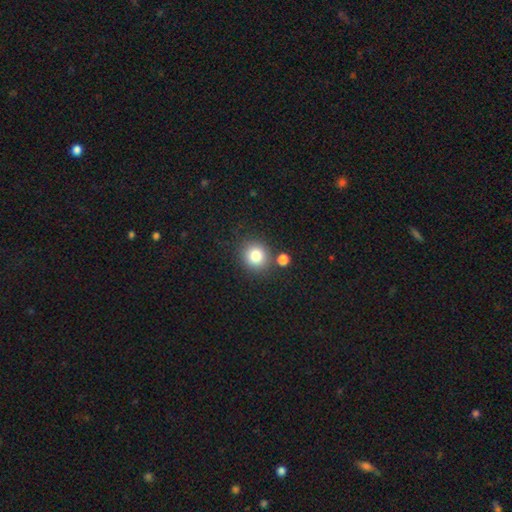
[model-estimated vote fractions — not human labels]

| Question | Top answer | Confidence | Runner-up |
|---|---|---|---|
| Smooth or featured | smooth | 82% | star or artifact (11%) |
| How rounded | round | 89% | in between (10%) |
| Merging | none | 79% | merger (10%) |